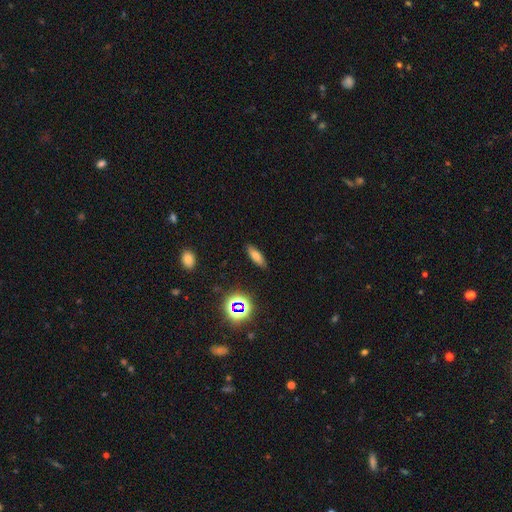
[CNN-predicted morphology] Overall: smooth (65%). How rounded: in between (57%; cigar-shaped 38%). Merging: none (88%).